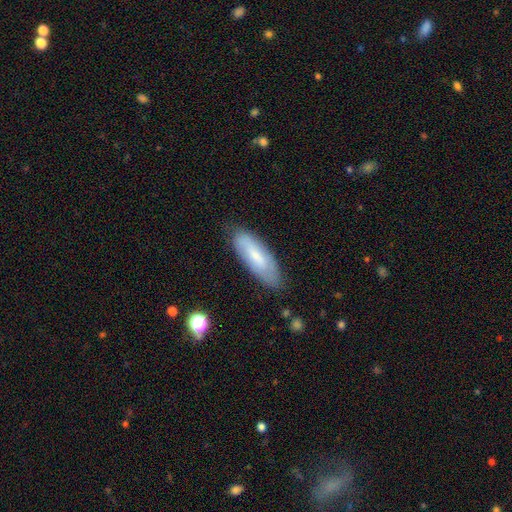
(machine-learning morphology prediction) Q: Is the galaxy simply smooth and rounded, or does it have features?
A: smooth — 64%.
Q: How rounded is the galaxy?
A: in between — 60%.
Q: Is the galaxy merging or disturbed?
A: none — 78%.